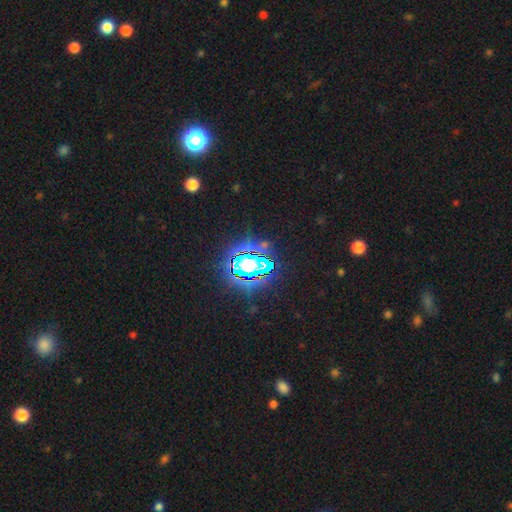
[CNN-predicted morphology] Overall: star or artifact (81%).